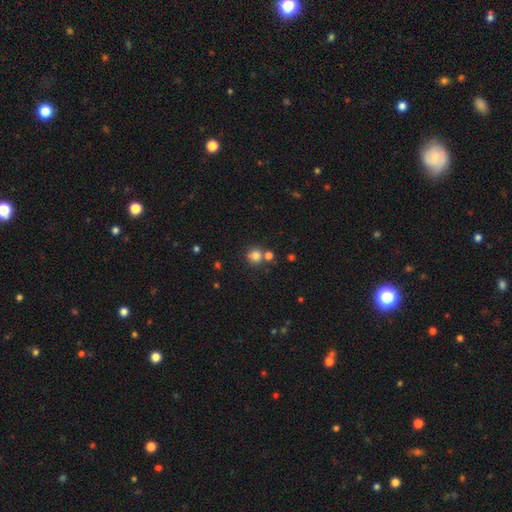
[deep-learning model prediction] This appears to be a smooth galaxy with no disk features (79%) that is round (87%). Merging: none (59%).